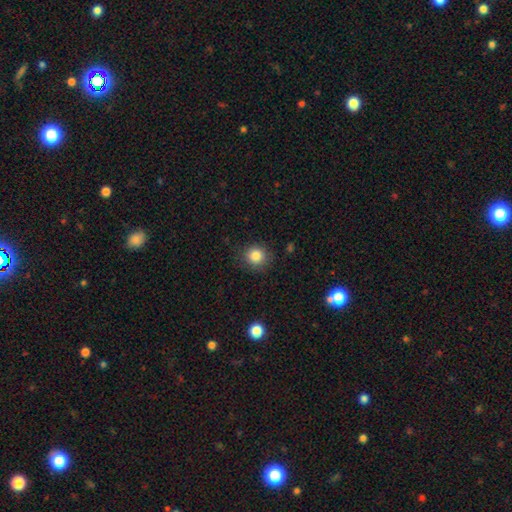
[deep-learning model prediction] Morphology: type=smooth (85%); roundness=round (89%); merging=none (85%).